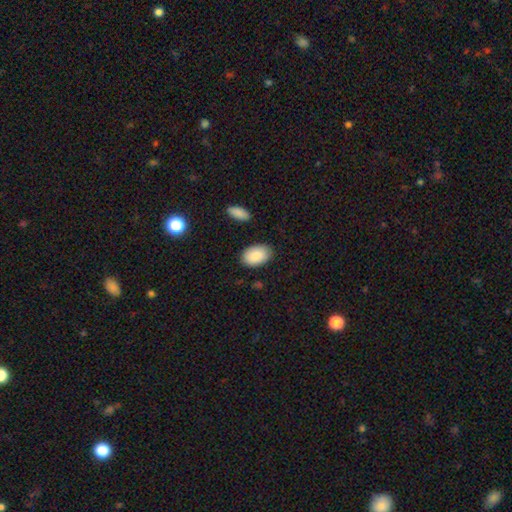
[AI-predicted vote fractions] This appears to be a smooth galaxy with no disk features (88%) that is in between round and cigar-shaped (92%). Merging: none (85%).